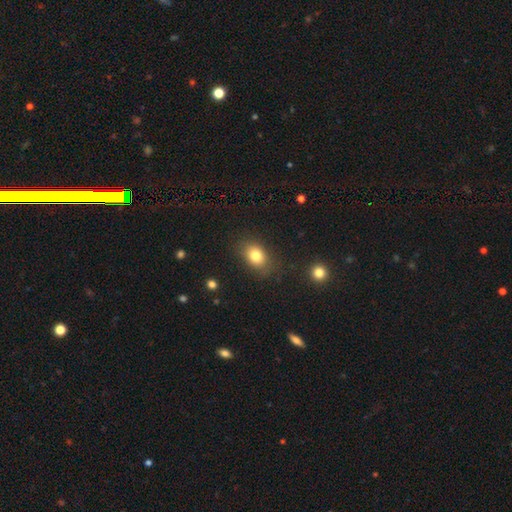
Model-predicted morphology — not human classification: This appears to be a smooth galaxy with no disk features (81%) that is in between round and cigar-shaped (70%). Merging: none (80%).